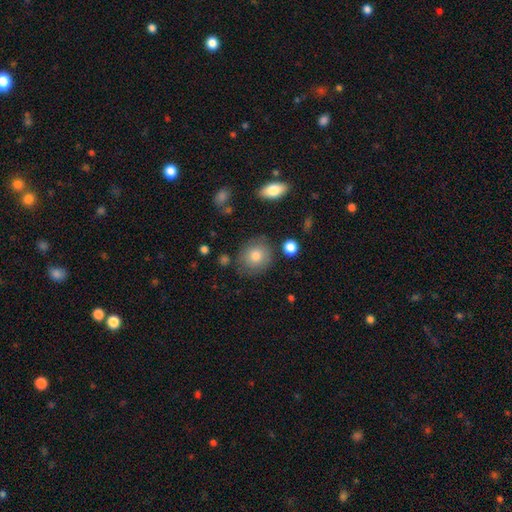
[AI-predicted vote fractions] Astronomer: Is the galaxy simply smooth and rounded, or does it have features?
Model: smooth — 78%.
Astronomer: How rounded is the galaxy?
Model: round — 78%.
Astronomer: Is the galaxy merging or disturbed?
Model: none — 78%.